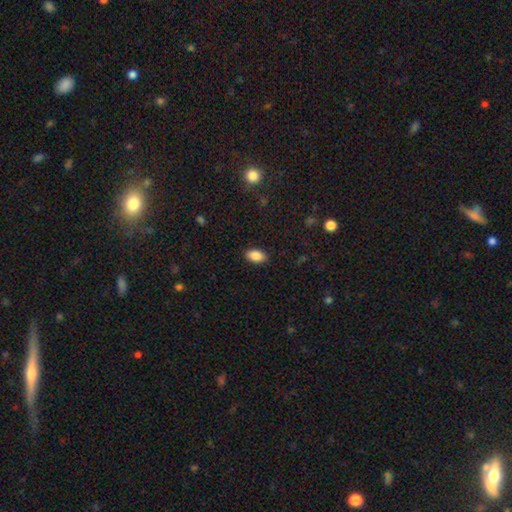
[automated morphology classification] type=smooth (87%); roundness=in between (93%); merging=none (89%).